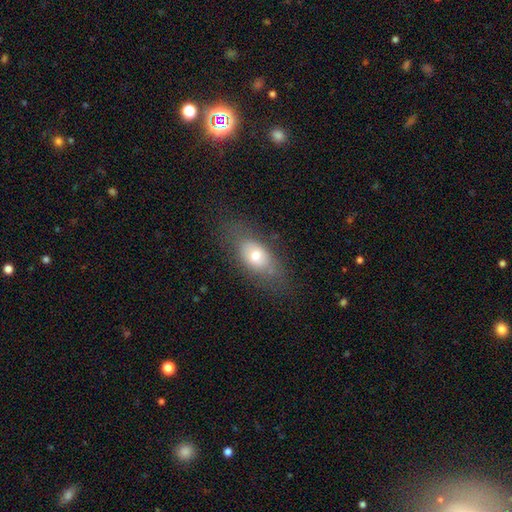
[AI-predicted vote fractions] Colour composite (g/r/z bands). It shows a smooth galaxy with no disk features (67%) that is in between round and cigar-shaped (81%). Merging: none (68%).